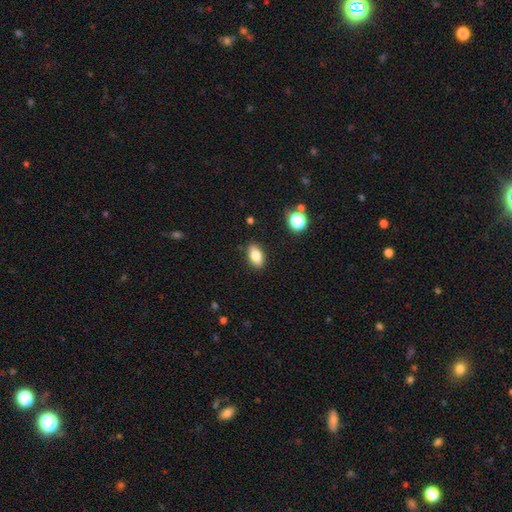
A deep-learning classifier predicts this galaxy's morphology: This appears to be a smooth galaxy with no disk features (80%) that is in between round and cigar-shaped (87%). Merging: none (88%).